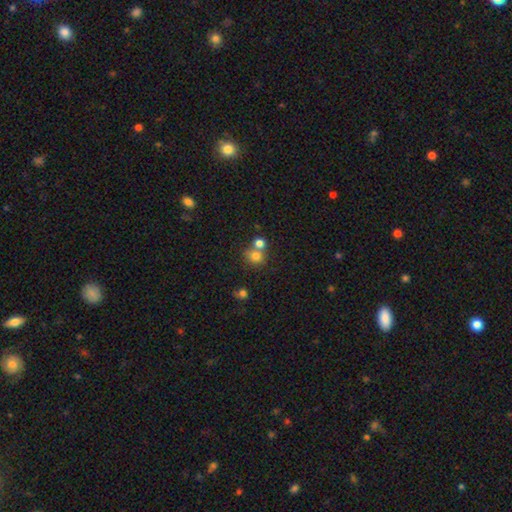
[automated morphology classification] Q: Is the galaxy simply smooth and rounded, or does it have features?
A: smooth — 77%.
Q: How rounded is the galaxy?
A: round — 81%.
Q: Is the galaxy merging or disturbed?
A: none — 49%.